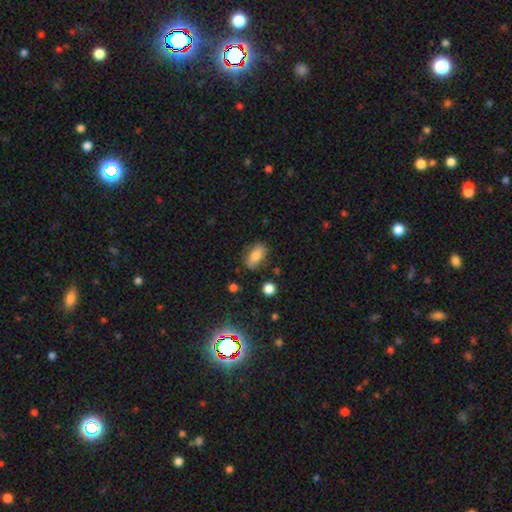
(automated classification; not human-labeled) A smooth galaxy with no disk features (77%) that is in between round and cigar-shaped (86%). Merging: none (76%).